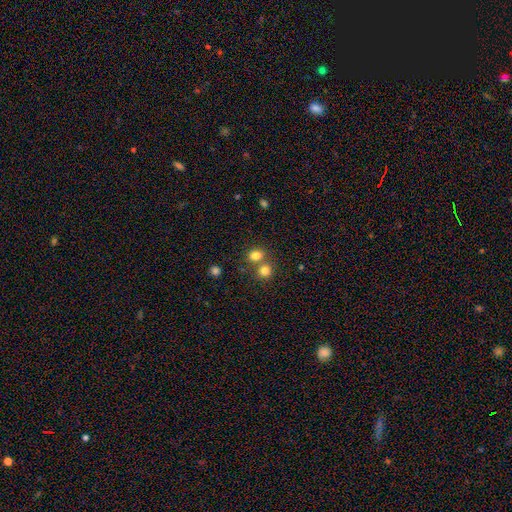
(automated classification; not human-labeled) smooth_or_featured: smooth (p=0.79) [alt: star or artifact p=0.13]
how_rounded: round (p=0.62) [alt: in between p=0.37]
merging: none (p=0.53) [alt: merger p=0.37]